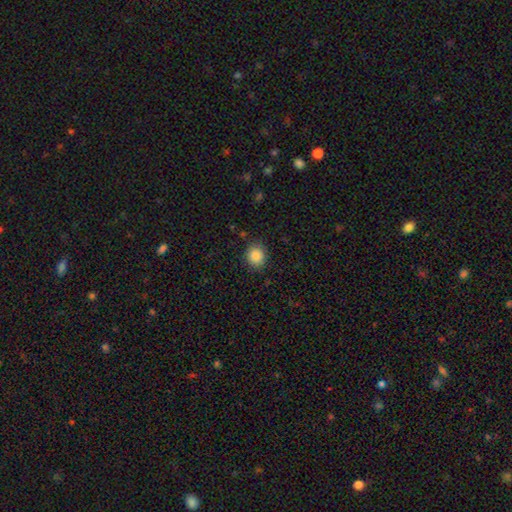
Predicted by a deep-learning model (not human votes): Smooth or featured? Predicted: smooth (p=0.85). How rounded? Predicted: round (p=0.78). Merging? Predicted: none (p=0.87).